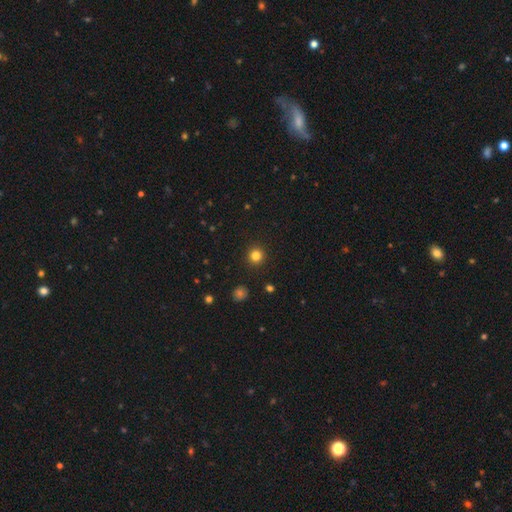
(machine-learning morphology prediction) Overall: smooth (82%). How rounded: round (94%). Merging: none (92%).